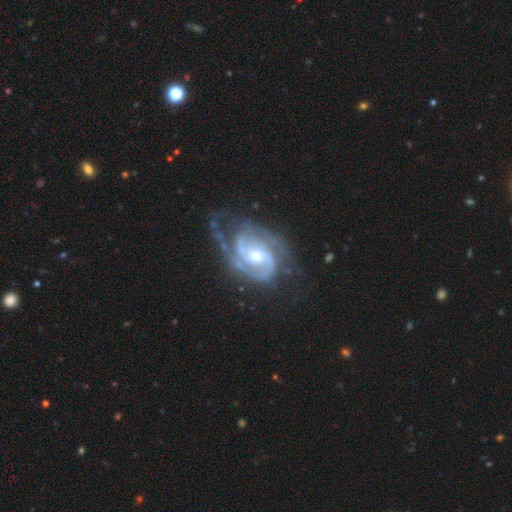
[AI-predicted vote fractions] This appears to be a featured or disk galaxy (91%) with no bar (57%), 2 (64%) tight (50%) spiral arms (98%) and a moderate central bulge (55%). Merging: none (56%).